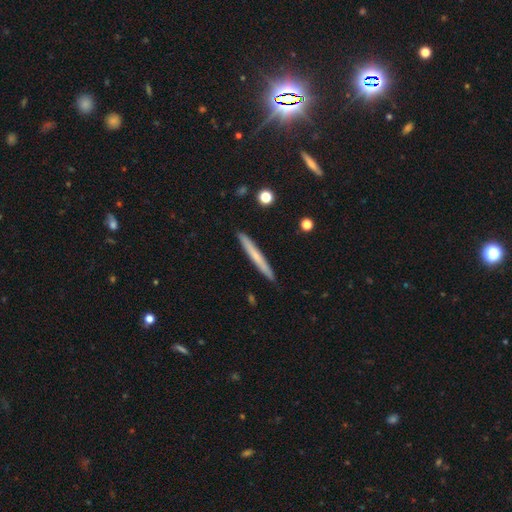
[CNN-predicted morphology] A smooth galaxy with no disk features (57%) that is cigar-shaped (97%).

Vote fractions:
- Smooth or featured? smooth: 57% / featured or disk: 37% / star or artifact: 6%
- How rounded? cigar-shaped: 97% / in between: 2% / round: 1%
- Merging? none: 91% / minor disturbance: 6% / merger: 1% / major disturbance: 1%